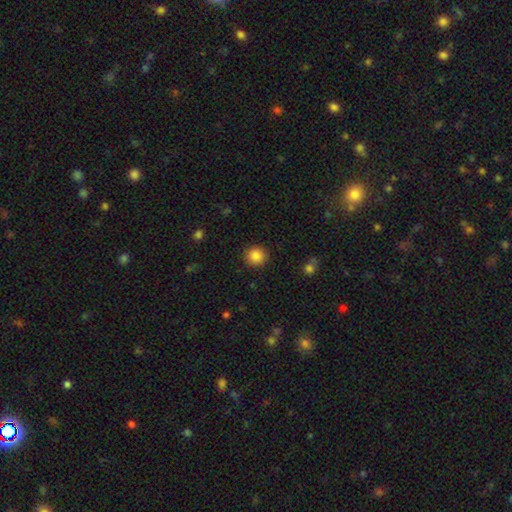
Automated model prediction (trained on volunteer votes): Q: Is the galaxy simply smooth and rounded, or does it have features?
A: smooth — 86%.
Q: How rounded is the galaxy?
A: round — 93%.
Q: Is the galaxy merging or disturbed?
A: none — 91%.